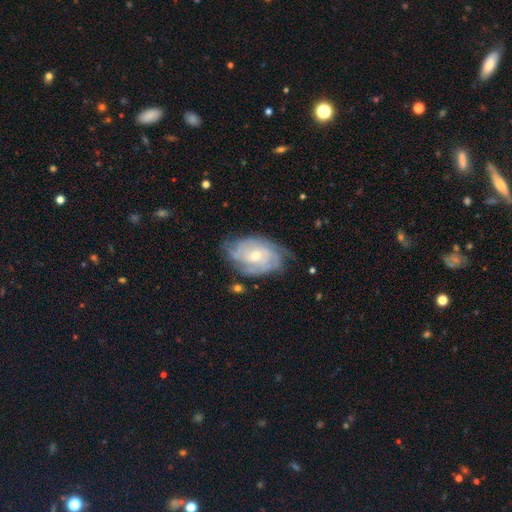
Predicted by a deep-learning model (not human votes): This appears to be a featured or disk galaxy (81%) with no bar (65%), tight (68%) spiral arms (93%) and a small central bulge (49%). Merging: none (68%).